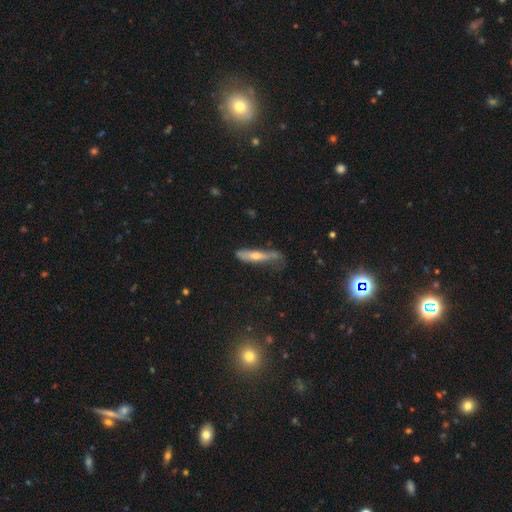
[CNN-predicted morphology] A featured or disk galaxy (51%) viewed edge-on (82%). Merging: none (50%).